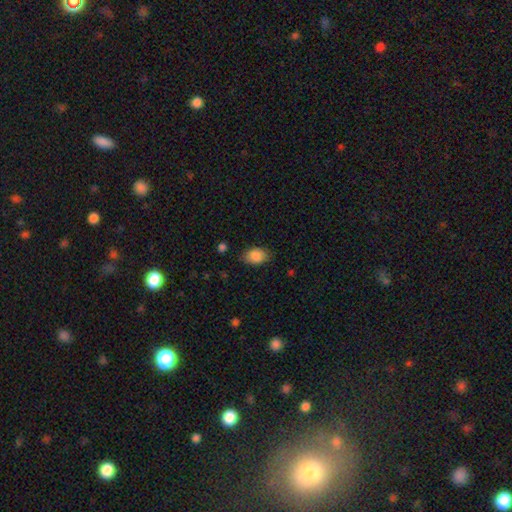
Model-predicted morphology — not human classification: This appears to be a smooth galaxy with no disk features (87%) that is in between round and cigar-shaped (83%). Merging: none (80%).